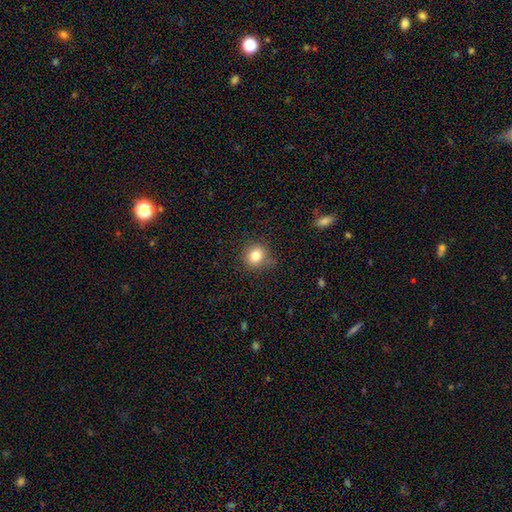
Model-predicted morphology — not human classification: A smooth galaxy with no disk features (82%) that is round (85%).

Vote fractions:
- Smooth or featured? smooth: 82% / star or artifact: 12% / featured or disk: 7%
- How rounded? round: 85% / in between: 14% / cigar-shaped: 1%
- Merging? none: 79% / minor disturbance: 15% / major disturbance: 4% / merger: 2%